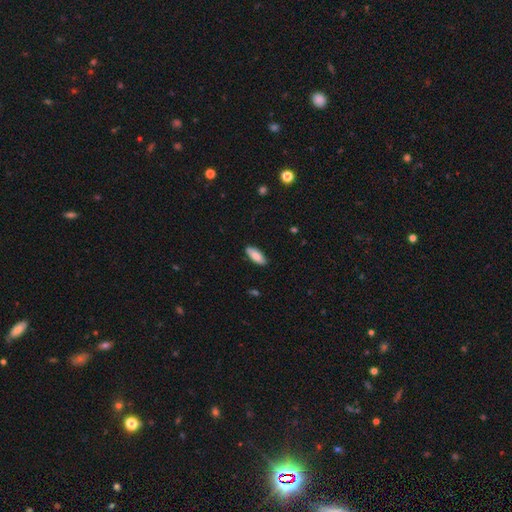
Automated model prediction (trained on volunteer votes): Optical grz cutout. It shows a smooth galaxy with no disk features (84%) that is in between round and cigar-shaped (79%). Merging: none (87%).